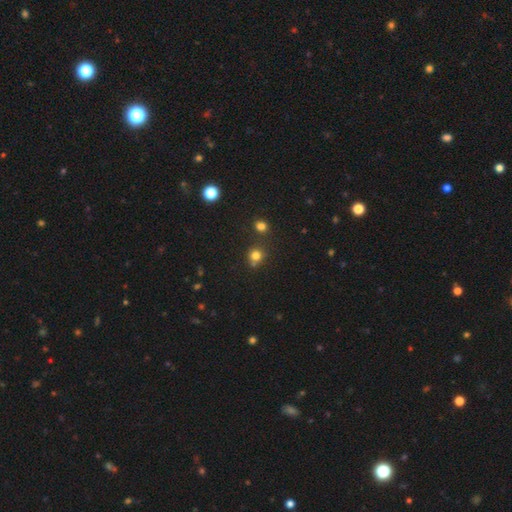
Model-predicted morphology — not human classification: This appears to be a smooth galaxy with no disk features (77%) that is round (85%). Merging: none (65%).